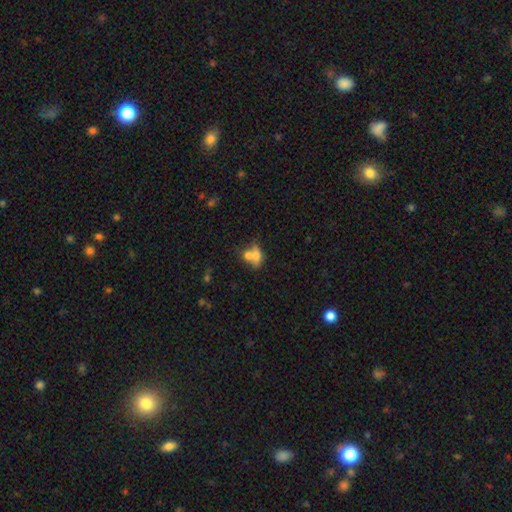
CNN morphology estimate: This is likely a smooth galaxy (66%). How rounded: likely in between (68%). Merging: possibly merger (56%).